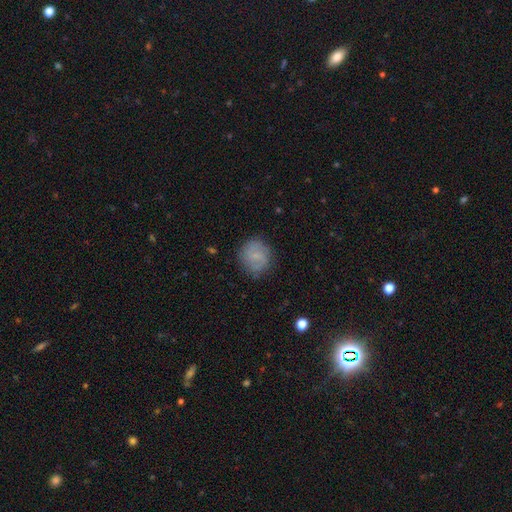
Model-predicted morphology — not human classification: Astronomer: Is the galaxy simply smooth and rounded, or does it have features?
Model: smooth — 66%.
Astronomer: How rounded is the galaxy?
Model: round — 83%.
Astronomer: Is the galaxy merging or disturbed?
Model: none — 78%.